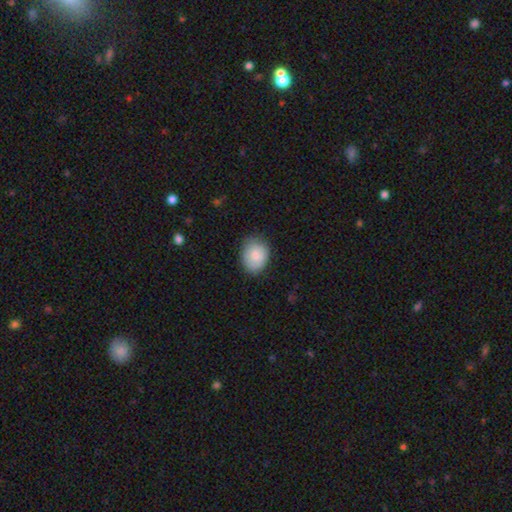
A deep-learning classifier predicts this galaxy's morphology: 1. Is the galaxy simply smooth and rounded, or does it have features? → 84% smooth, 9% featured or disk, 7% star or artifact.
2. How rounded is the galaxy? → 58% in between, 41% round, 1% cigar-shaped.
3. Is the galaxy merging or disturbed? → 77% none, 18% minor disturbance, 3% major disturbance, 1% merger.